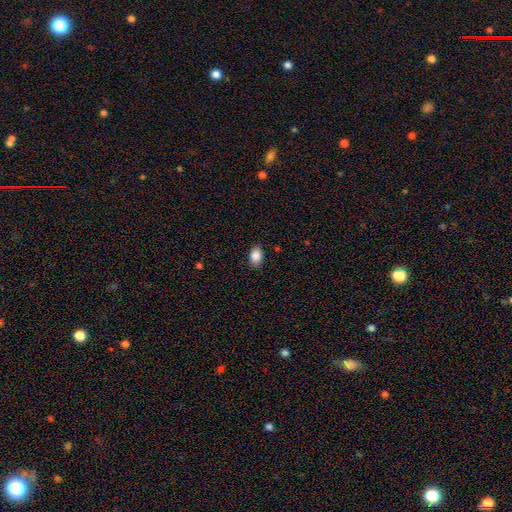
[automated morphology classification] A smooth galaxy with no disk features (87%) that is in between round and cigar-shaped (82%). Merging: none (87%).